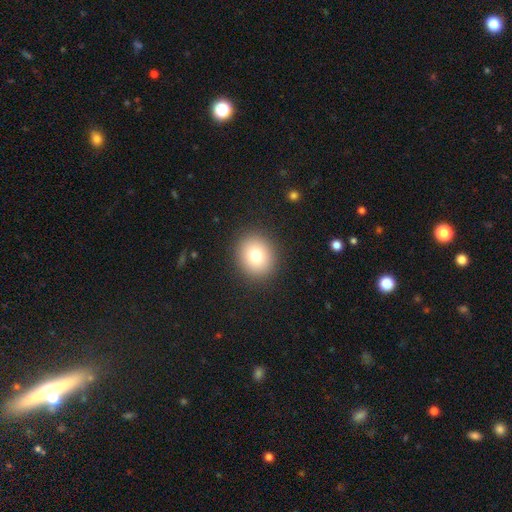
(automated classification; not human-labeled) Morphology: type=smooth (76%); roundness=round (77%); merging=none (91%).